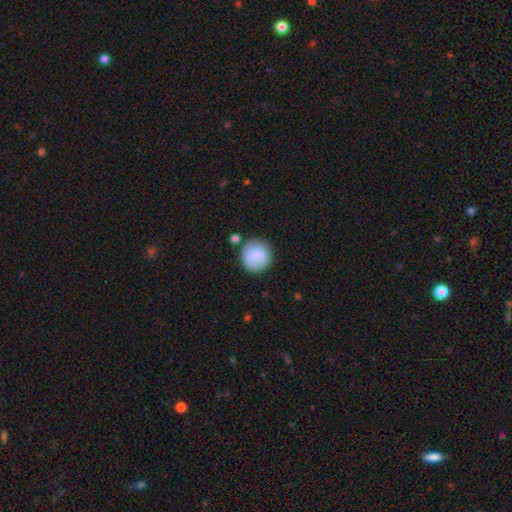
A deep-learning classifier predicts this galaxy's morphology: The model was most divided on "merging": none: 76%, minor disturbance: 14%, merger: 5%, major disturbance: 5%. More confident: how rounded — round (93%); smooth or featured — smooth (85%).